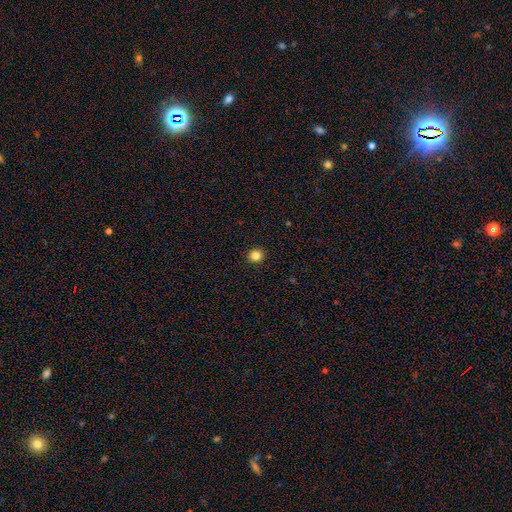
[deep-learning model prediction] Q: Smooth or featured?
A: smooth (84%); runner-up: star or artifact (12%)
Q: How rounded?
A: round (85%); runner-up: in between (14%)
Q: Merging?
A: none (93%); runner-up: minor disturbance (5%)